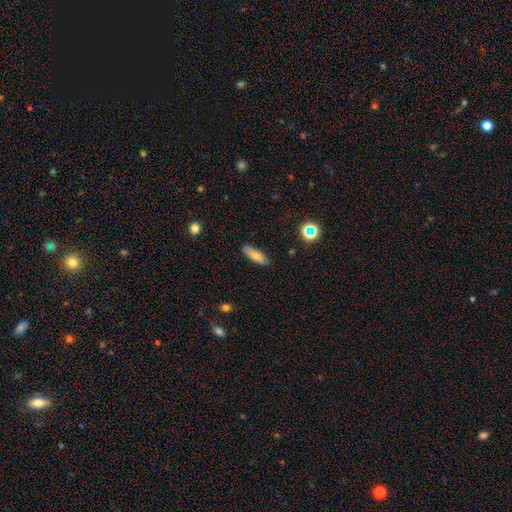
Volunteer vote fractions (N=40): Smooth or featured?
  - smooth: 68% *
  - featured or disk: 28%
  - star or artifact: 5%
How rounded?
  - in between: 44% *
  - cigar-shaped: 41%
  - round: 15%
Merging?
  - none: 74% *
  - minor disturbance: 26%
  - major disturbance: 0%
  - merger: 0%